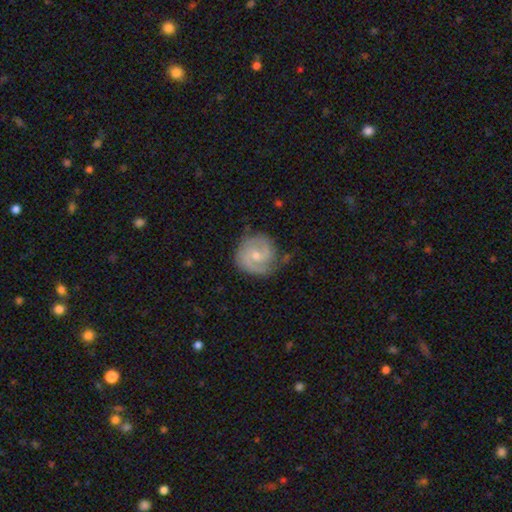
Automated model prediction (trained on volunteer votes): A featured or disk galaxy (77%) with no bar (56%), 2 (71%) tight (47%) spiral arms (94%) and a small central bulge (52%).

Vote fractions:
- Smooth or featured? featured or disk: 77% / smooth: 17% / star or artifact: 5%
- Edge-on disk? no: 98% / yes: 2%
- Bar? no: 56% / weak: 38% / strong: 6%
- Spiral arms? yes: 94% / no: 6%
- Spiral winding? tight: 47% / medium: 41% / loose: 12%
- Spiral arm count? 2: 71% / can't tell: 12% / 3: 8% / 1: 5% / 4: 2% / more than 4: 2%
- Bulge size? small: 52% / moderate: 44% / none: 2% / large: 1% / dominant: 1%
- Merging? none: 72% / minor disturbance: 20% / major disturbance: 6% / merger: 2%